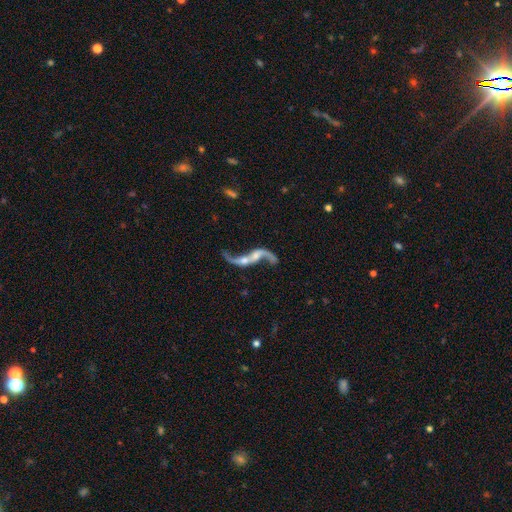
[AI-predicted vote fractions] A featured or disk galaxy (86%) with no bar (52%), 2 (91%) loose (94%) spiral arms (90%) and a small central bulge (41%).

Vote fractions:
- Smooth or featured? featured or disk: 86% / smooth: 7% / star or artifact: 7%
- Edge-on disk? no: 92% / yes: 8%
- Bar? no: 52% / weak: 32% / strong: 16%
- Spiral arms? yes: 90% / no: 10%
- Spiral winding? loose: 94% / medium: 4% / tight: 2%
- Spiral arm count? 2: 91% / 1: 4% / can't tell: 2% / 3: 1% / 4: 1% / more than 4: 1%
- Bulge size? small: 41% / moderate: 36% / none: 16% / large: 5% / dominant: 2%
- Merging? none: 45% / merger: 28% / major disturbance: 15% / minor disturbance: 13%